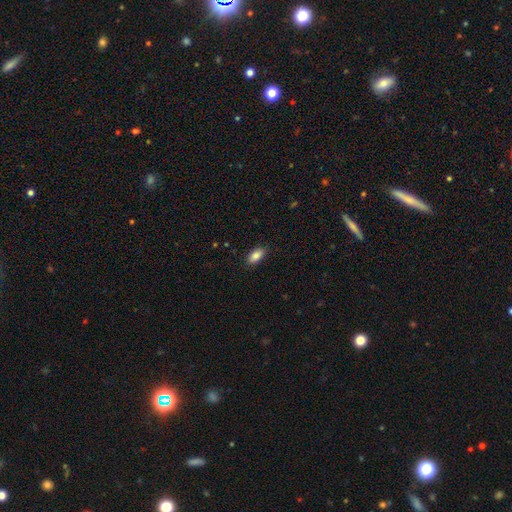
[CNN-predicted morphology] Q: Smooth or featured?
A: smooth (87%); runner-up: star or artifact (7%)
Q: How rounded?
A: in between (91%); runner-up: cigar-shaped (6%)
Q: Merging?
A: none (87%); runner-up: minor disturbance (10%)